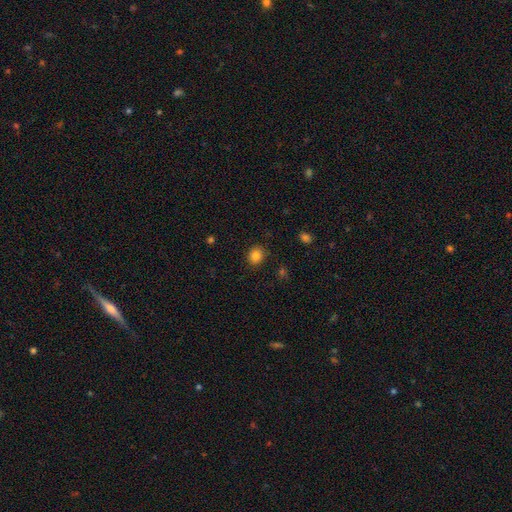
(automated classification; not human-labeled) This is clearly a smooth galaxy (85%). How rounded: likely round (73%). Merging: clearly none (87%).